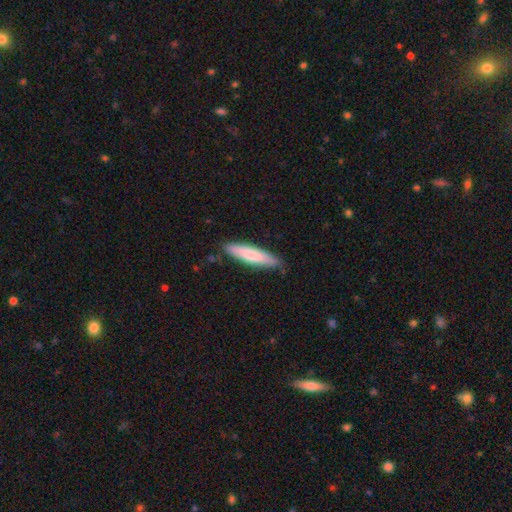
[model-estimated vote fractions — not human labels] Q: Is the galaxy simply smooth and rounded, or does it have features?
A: smooth — 74%.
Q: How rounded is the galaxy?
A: cigar-shaped — 75%.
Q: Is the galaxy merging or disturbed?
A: none — 81%.